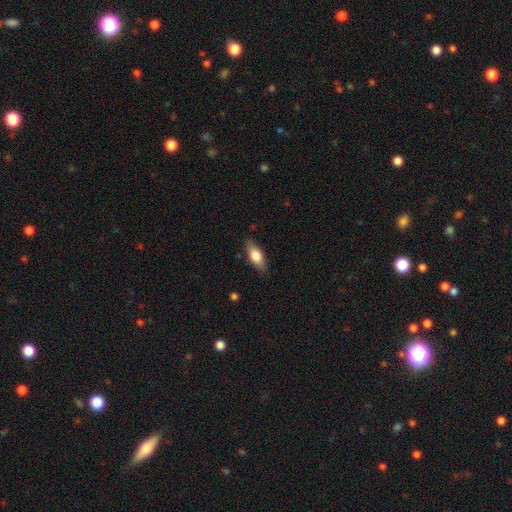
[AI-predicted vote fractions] Overall: smooth (70%). How rounded: in between (74%). Merging: none (84%).